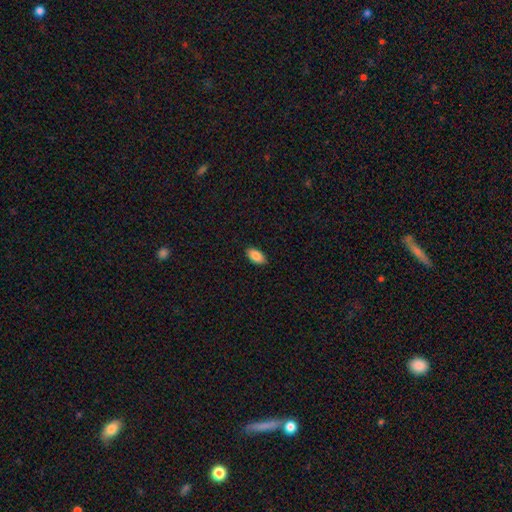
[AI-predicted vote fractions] This appears to be a smooth galaxy with no disk features (87%) that is in between round and cigar-shaped (93%). Merging: none (89%).